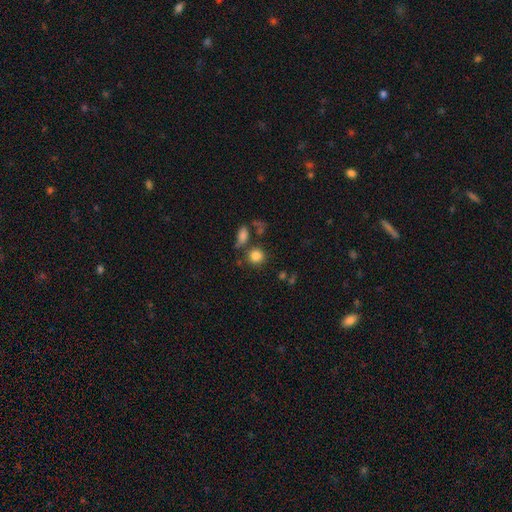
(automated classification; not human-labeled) Q: Smooth or featured?
A: smooth (83%); runner-up: star or artifact (11%)
Q: How rounded?
A: round (83%); runner-up: in between (16%)
Q: Merging?
A: none (71%); runner-up: merger (13%)